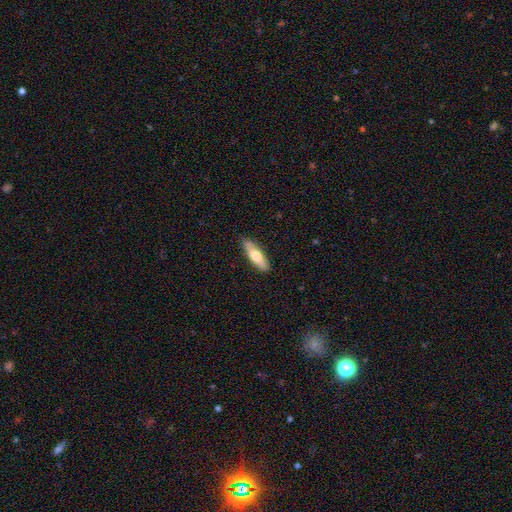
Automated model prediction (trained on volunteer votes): Morphology: type=smooth (64%); roundness=cigar-shaped (56%); merging=none (86%).